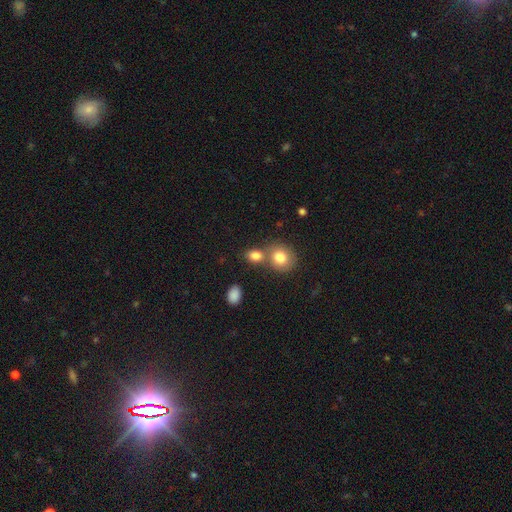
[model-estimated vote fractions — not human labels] Smooth or featured: smooth — 82% (star or artifact — 9%)
How rounded: in between — 53% (round — 45%)
Merging: none — 48% (merger — 38%)